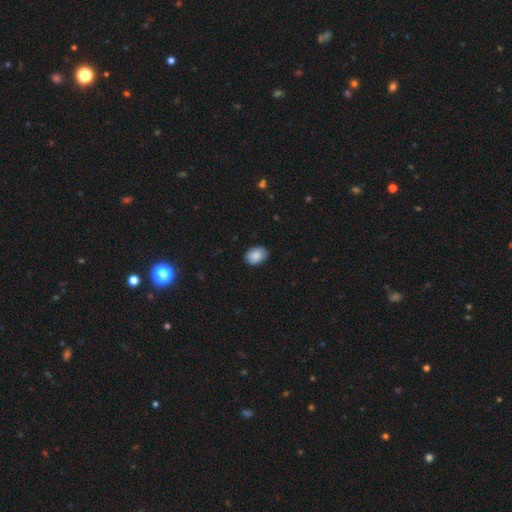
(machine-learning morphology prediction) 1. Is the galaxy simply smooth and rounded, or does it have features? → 88% smooth, 7% star or artifact, 5% featured or disk.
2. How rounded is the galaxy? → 80% in between, 19% round, 1% cigar-shaped.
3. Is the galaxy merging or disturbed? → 85% none, 12% minor disturbance, 2% major disturbance, 1% merger.